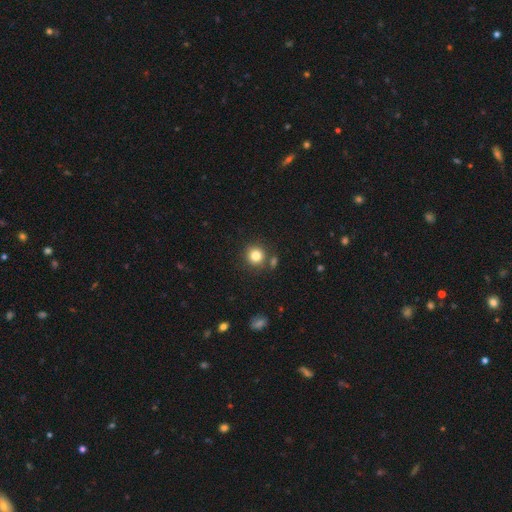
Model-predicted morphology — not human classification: The model was most divided on "smooth or featured": smooth: 82%, star or artifact: 12%, featured or disk: 7%. More confident: how rounded — round (92%); merging — none (80%).